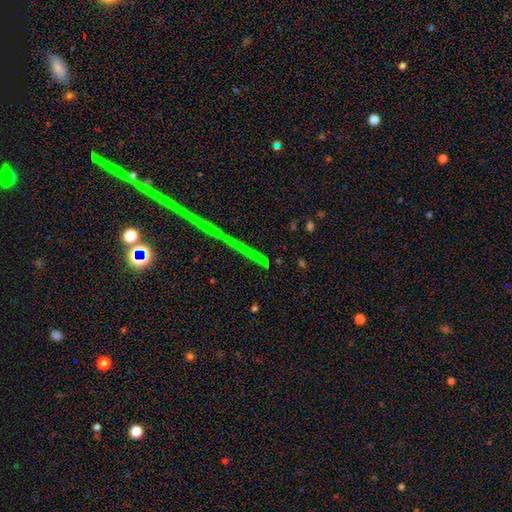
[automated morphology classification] star or artifact 76%, featured or disk 13%, smooth 11%.